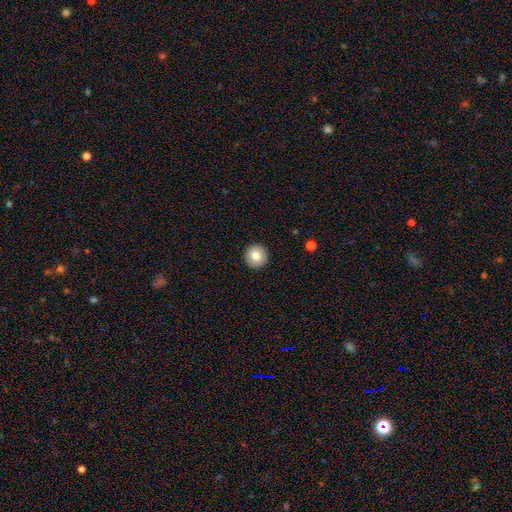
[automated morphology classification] smooth-or-featured: smooth: 79% | featured or disk: 12% | star or artifact: 8%
  how-rounded: round: 96% | in between: 3% | cigar-shaped: 1%
  merging: none: 93% | minor disturbance: 4% | major disturbance: 1% | merger: 1%